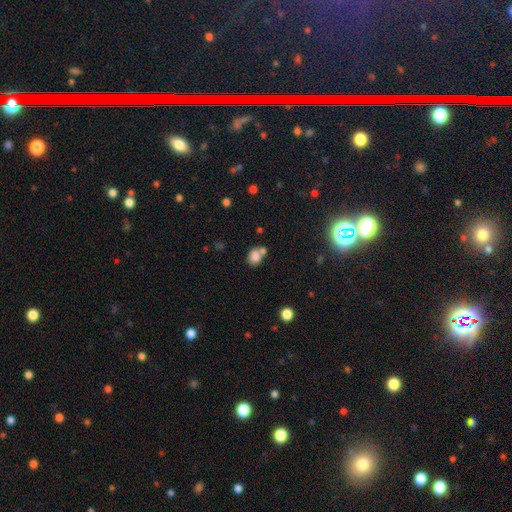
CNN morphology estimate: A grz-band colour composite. It shows a smooth galaxy with no disk features (80%) that is in between round and cigar-shaped (52%). Merging: none (44%).